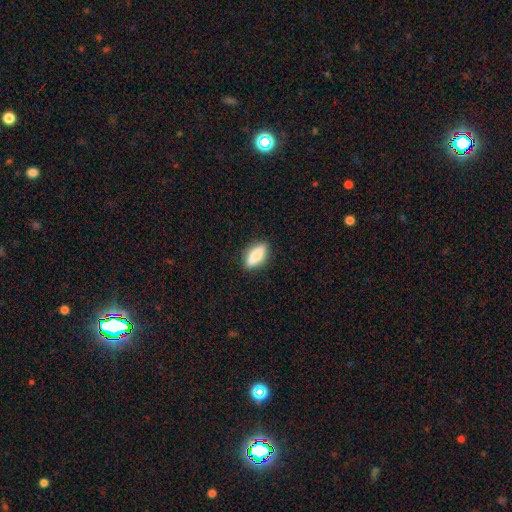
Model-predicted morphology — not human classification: Overall: smooth (77%). How rounded: in between (59%; cigar-shaped 38%). Merging: none (87%).